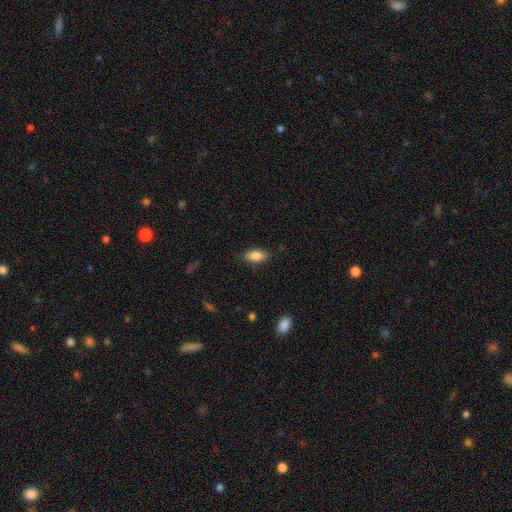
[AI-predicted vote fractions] smooth 83%, featured or disk 10%, star or artifact 7%. Down the decision tree: how rounded — in between (85%); merging — none (83%).